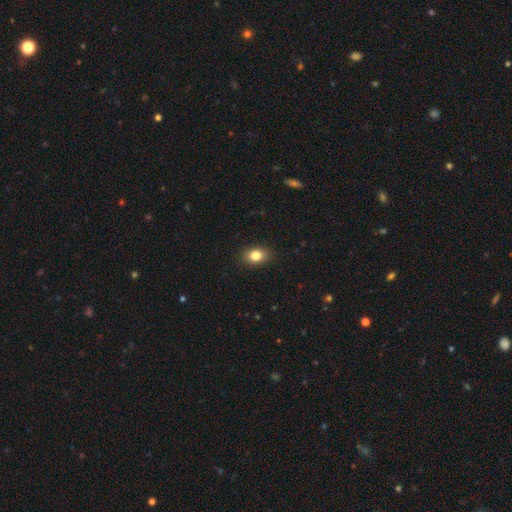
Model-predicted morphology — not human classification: smooth-or-featured: smooth: 82% | star or artifact: 10% | featured or disk: 8%
  how-rounded: in between: 68% | round: 31% | cigar-shaped: 1%
  merging: none: 89% | minor disturbance: 8% | major disturbance: 2% | merger: 1%